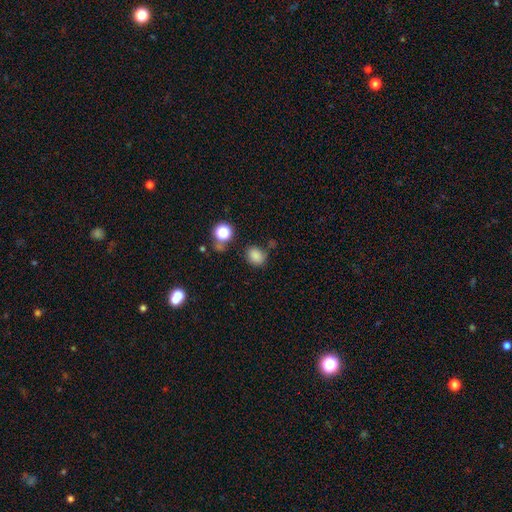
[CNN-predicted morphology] Q: Smooth or featured?
A: smooth (81%); runner-up: star or artifact (13%)
Q: How rounded?
A: round (55%); runner-up: in between (44%)
Q: Merging?
A: none (71%); runner-up: minor disturbance (16%)